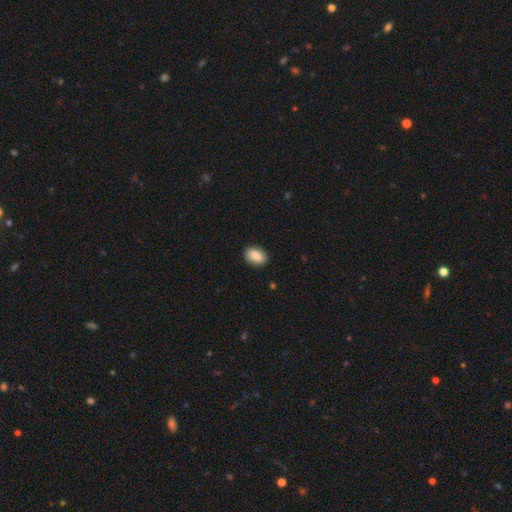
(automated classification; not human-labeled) smooth 88%, star or artifact 7%, featured or disk 5%. Down the decision tree: how rounded — in between (86%); merging — none (89%).